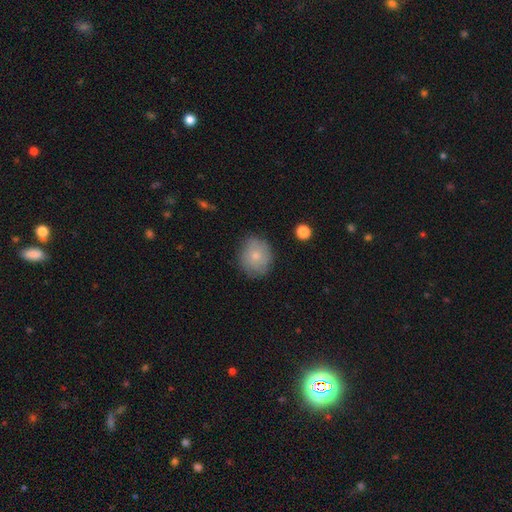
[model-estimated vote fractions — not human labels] This appears to be a smooth galaxy with no disk features (72%) that is round (74%). Merging: none (79%).